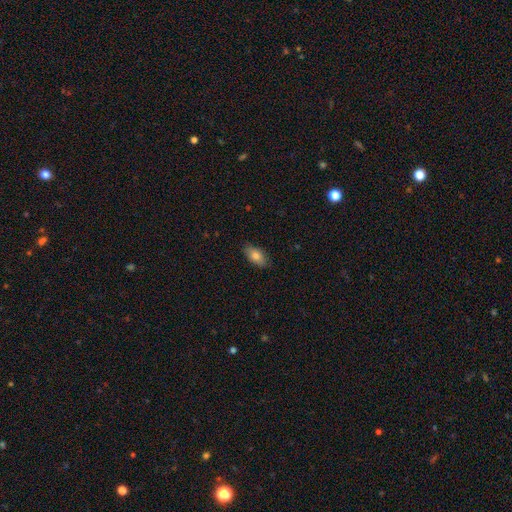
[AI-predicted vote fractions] The model was most divided on "smooth or featured": smooth: 80%, featured or disk: 13%, star or artifact: 7%. More confident: how rounded — in between (91%); merging — none (86%).